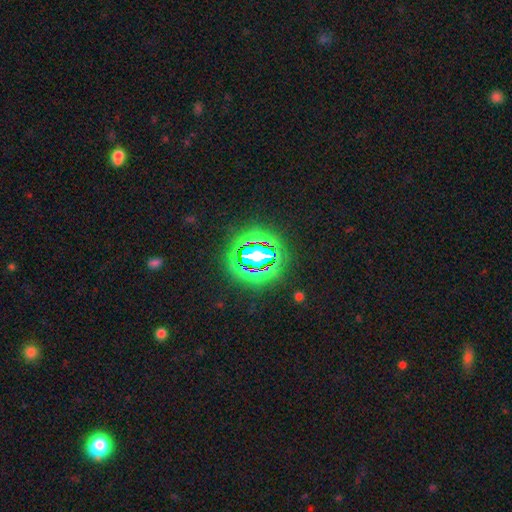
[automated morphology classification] This appears to be a star or artifact, not a galaxy (72%).